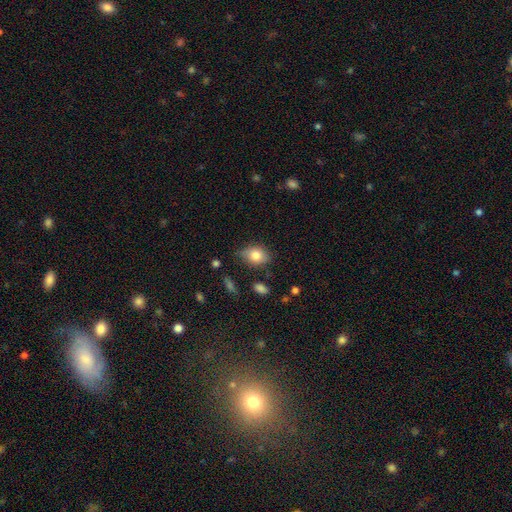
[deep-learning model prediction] smooth_or_featured: smooth (p=0.81) [alt: featured or disk p=0.11]
how_rounded: in between (p=0.71) [alt: round p=0.28]
merging: none (p=0.72) [alt: minor disturbance p=0.21]